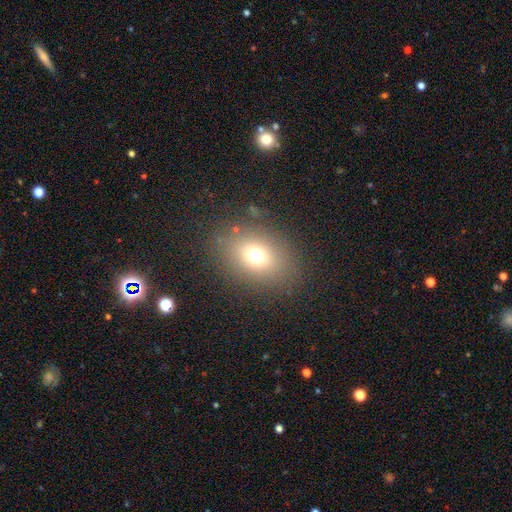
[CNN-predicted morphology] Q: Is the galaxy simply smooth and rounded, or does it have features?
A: smooth — 69%.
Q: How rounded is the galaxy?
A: in between — 54%.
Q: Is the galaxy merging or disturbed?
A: none — 83%.